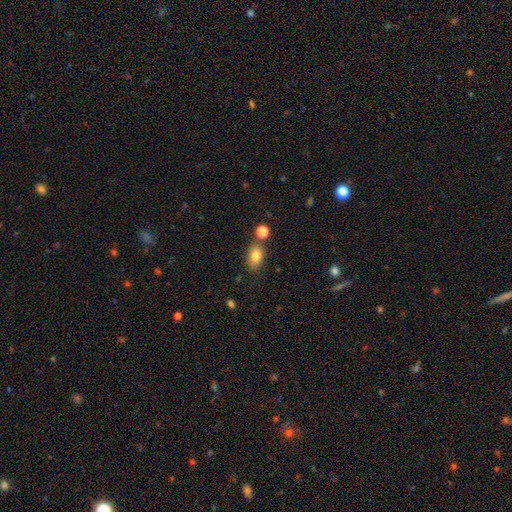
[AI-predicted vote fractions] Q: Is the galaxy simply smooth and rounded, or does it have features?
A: smooth — 81%.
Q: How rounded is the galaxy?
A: in between — 80%.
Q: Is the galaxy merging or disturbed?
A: none — 72%.